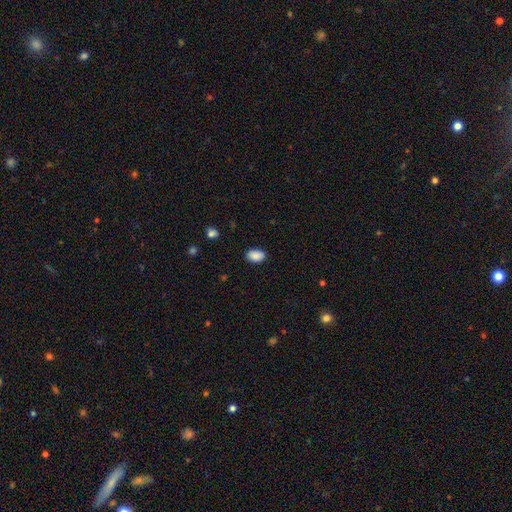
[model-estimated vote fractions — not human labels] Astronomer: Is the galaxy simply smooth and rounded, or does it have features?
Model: smooth — 89%.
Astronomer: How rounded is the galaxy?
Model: in between — 91%.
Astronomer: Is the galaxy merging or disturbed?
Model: none — 87%.